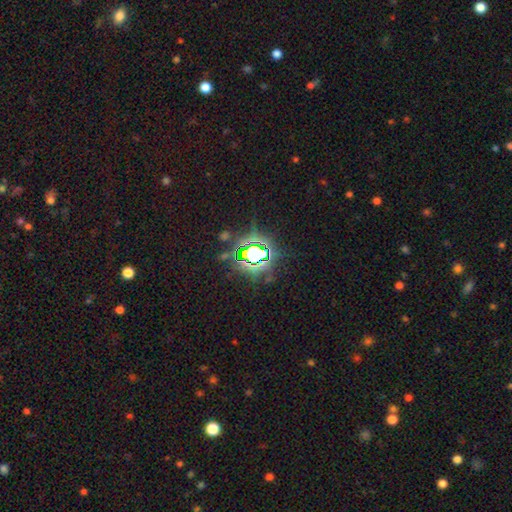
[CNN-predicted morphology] Smooth or featured?
  - star or artifact: 76% *
  - smooth: 14%
  - featured or disk: 11%